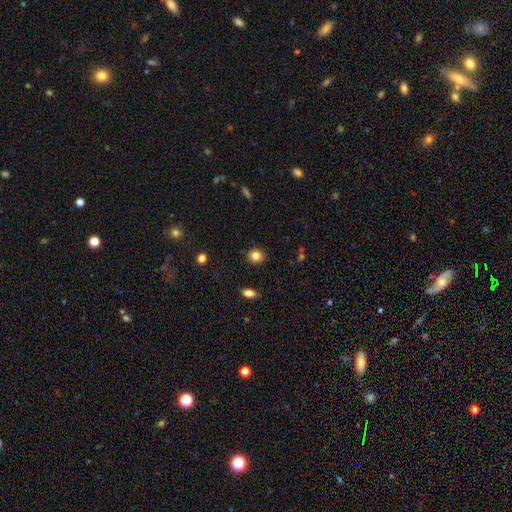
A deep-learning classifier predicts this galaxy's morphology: This is clearly a smooth galaxy (83%). How rounded: clearly round (81%). Merging: clearly none (90%).